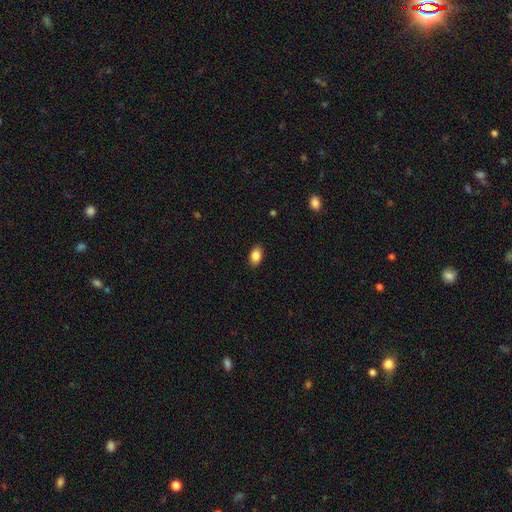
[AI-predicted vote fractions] Smooth or featured? smooth (87%)
How rounded? in between (87%)
Merging? none (88%)